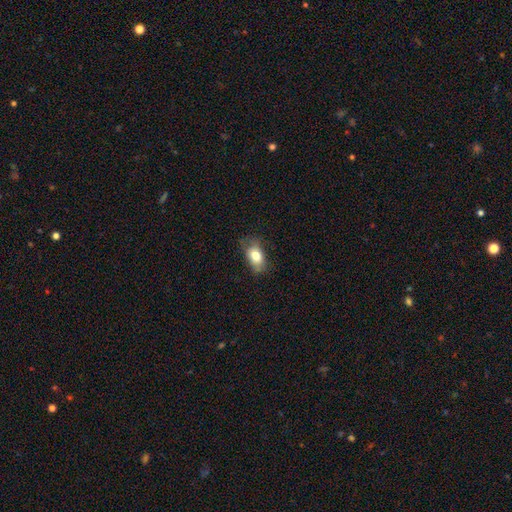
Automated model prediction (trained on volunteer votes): The model was most divided on "merging": none: 61%, minor disturbance: 28%, major disturbance: 10%, merger: 1%. More confident: how rounded — in between (86%); smooth or featured — smooth (78%).